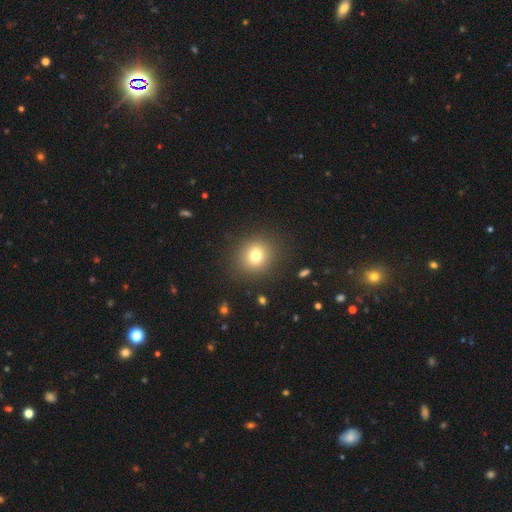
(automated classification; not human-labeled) This is likely a smooth galaxy (76%). How rounded: clearly round (84%). Merging: clearly none (89%).